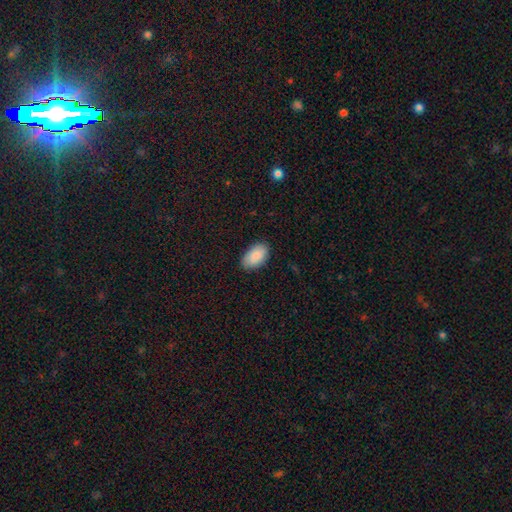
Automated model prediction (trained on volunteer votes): This is clearly a smooth galaxy (88%). How rounded: clearly in between (95%). Merging: clearly none (85%).